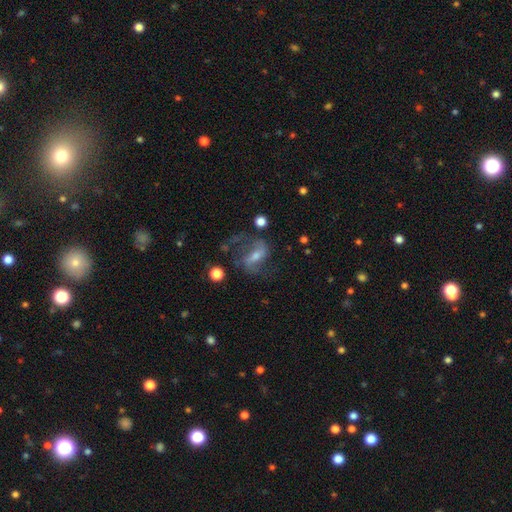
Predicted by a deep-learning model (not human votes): This is likely a featured or disk galaxy (78%). It is clearly not viewed edge-on (96%). Bar: marginally weak (42%). Spiral arm pattern: clearly yes (91%). Spiral arm count: clearly 2 (86%). Spiral winding: possibly loose (51%). Central bulge: possibly small (46%). Merging: possibly none (58%).